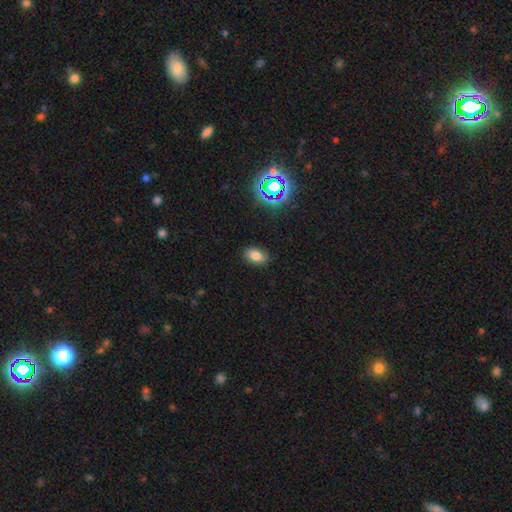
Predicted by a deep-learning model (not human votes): smooth 76%, star or artifact 16%, featured or disk 8%. Down the decision tree: how rounded — in between (88%); merging — none (87%).